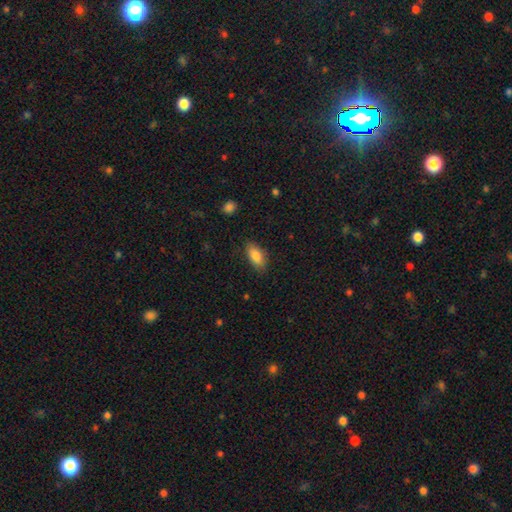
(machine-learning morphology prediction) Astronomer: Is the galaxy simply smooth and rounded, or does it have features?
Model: smooth — 85%.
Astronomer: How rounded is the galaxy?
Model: in between — 90%.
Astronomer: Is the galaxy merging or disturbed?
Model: none — 83%.